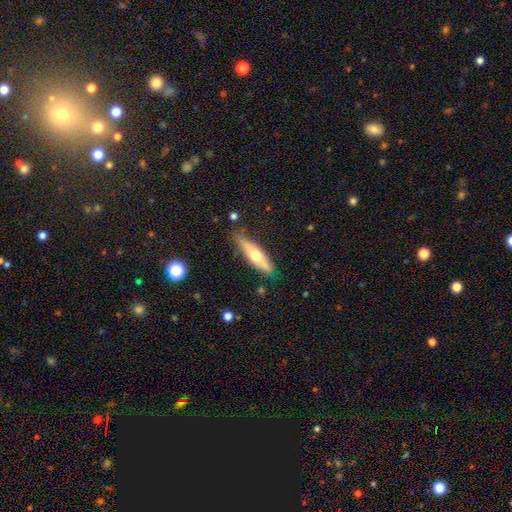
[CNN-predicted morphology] smooth_or_featured: smooth (p=0.51) [alt: featured or disk p=0.43]
how_rounded: cigar-shaped (p=0.65) [alt: in between p=0.33]
merging: none (p=0.73) [alt: minor disturbance p=0.20]